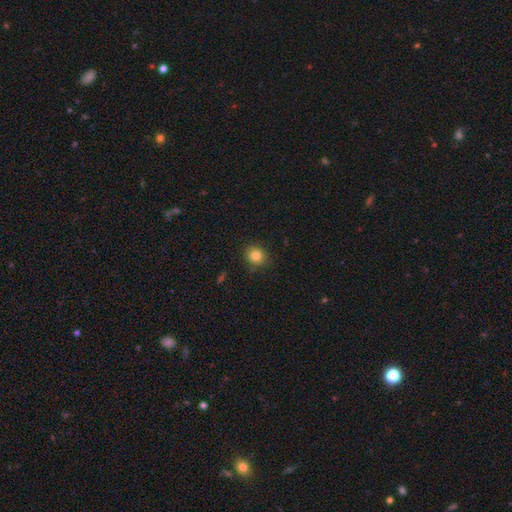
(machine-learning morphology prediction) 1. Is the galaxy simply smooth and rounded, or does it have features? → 82% smooth, 12% star or artifact, 6% featured or disk.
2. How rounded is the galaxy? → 85% round, 15% in between, 1% cigar-shaped.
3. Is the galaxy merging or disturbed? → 87% none, 10% minor disturbance, 2% major disturbance, 1% merger.